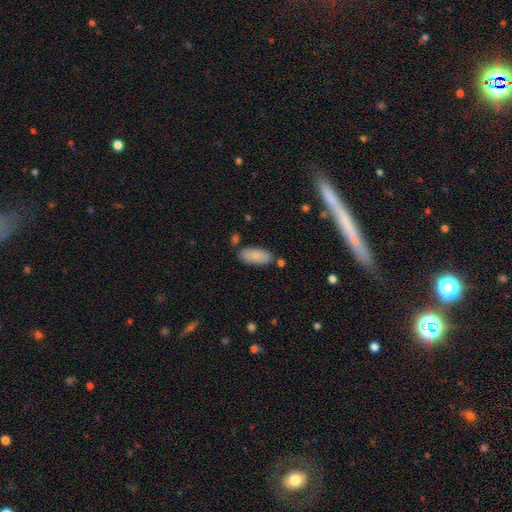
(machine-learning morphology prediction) This is clearly a smooth galaxy (86%). How rounded: clearly in between (87%). Merging: likely none (78%).